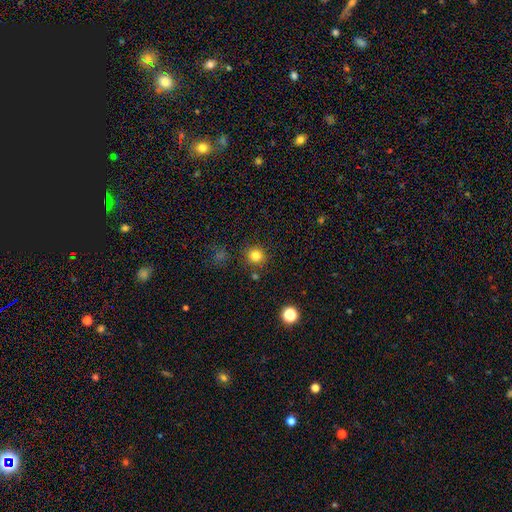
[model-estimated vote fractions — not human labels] This appears to be a smooth galaxy with no disk features (81%) that is round (93%). Merging: none (87%).